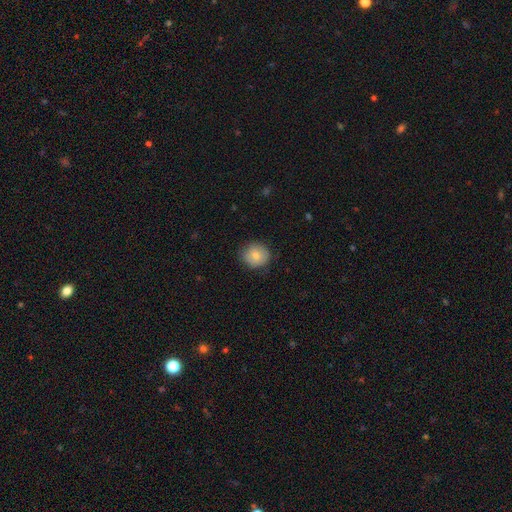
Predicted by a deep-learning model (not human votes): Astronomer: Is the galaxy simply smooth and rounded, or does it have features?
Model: smooth — 77%.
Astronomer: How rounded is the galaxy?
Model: round — 85%.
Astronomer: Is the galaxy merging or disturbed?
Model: none — 81%.